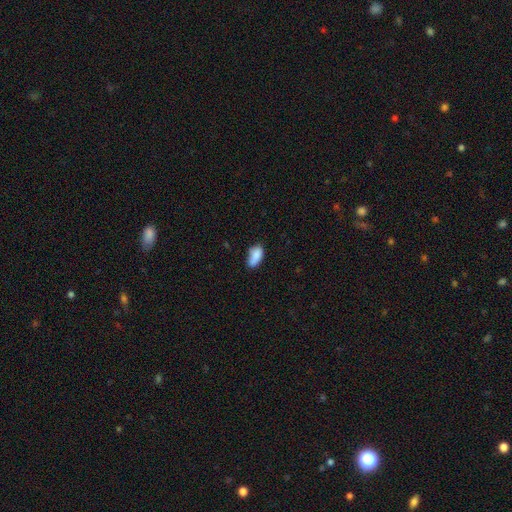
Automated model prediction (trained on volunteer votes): The model was most divided on "merging": none: 60%, minor disturbance: 29%, major disturbance: 6%, merger: 5%. More confident: how rounded — in between (90%); smooth or featured — smooth (85%).